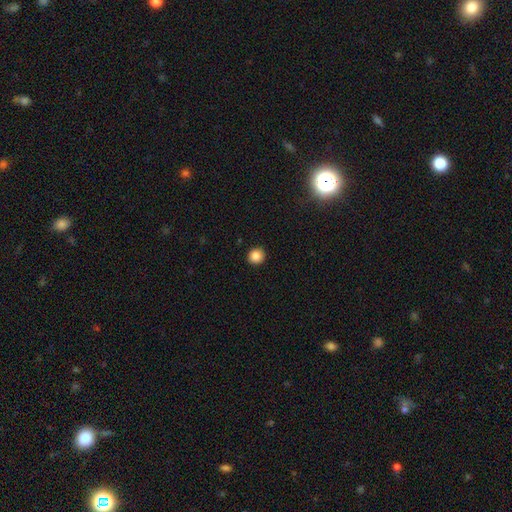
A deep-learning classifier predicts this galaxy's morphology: Smooth or featured?
  - smooth: 86% *
  - star or artifact: 10%
  - featured or disk: 4%
How rounded?
  - round: 91% *
  - in between: 8%
  - cigar-shaped: 1%
Merging?
  - none: 93% *
  - minor disturbance: 5%
  - major disturbance: 2%
  - merger: 1%